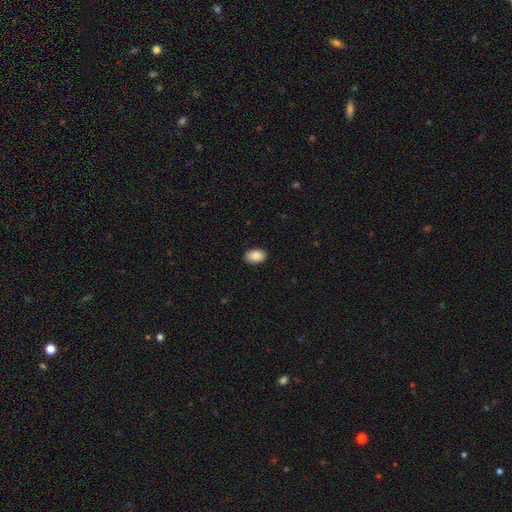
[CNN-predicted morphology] Smooth or featured? Predicted: smooth (p=0.89). How rounded? Predicted: in between (p=0.91). Merging? Predicted: none (p=0.90).